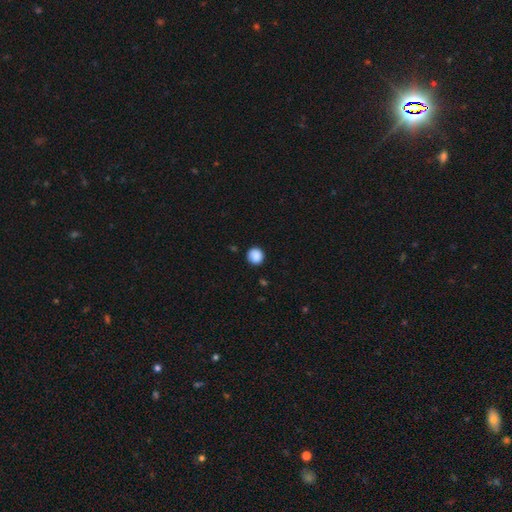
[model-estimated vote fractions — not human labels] The model was most divided on "smooth or featured": smooth: 88%, star or artifact: 9%, featured or disk: 3%. More confident: how rounded — round (92%); merging — none (89%).